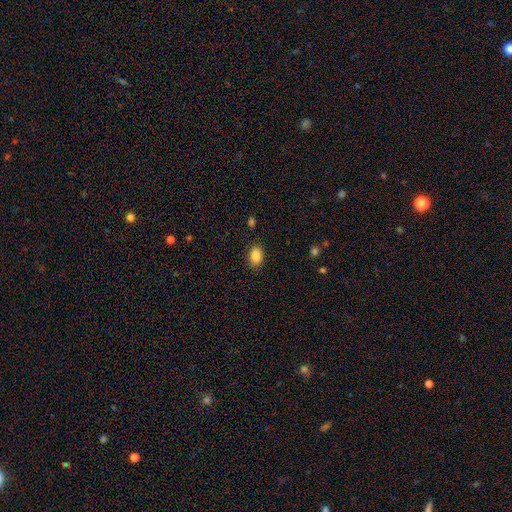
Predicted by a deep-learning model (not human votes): smooth_or_featured: smooth (p=0.87) [alt: star or artifact p=0.09]
how_rounded: in between (p=0.76) [alt: round p=0.23]
merging: none (p=0.87) [alt: minor disturbance p=0.09]